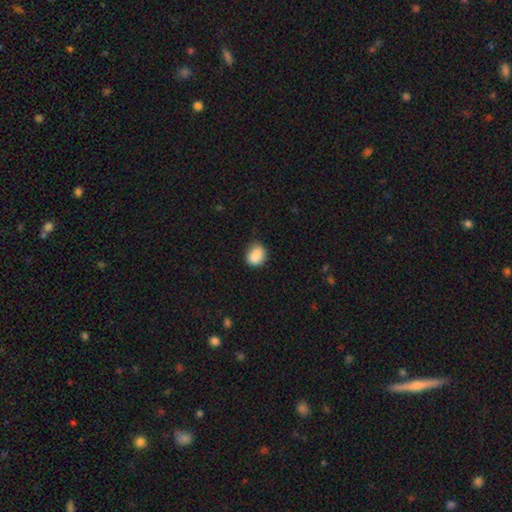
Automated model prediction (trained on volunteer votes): Smooth or featured?
  - smooth: 88% *
  - star or artifact: 8%
  - featured or disk: 4%
How rounded?
  - round: 52% *
  - in between: 47%
  - cigar-shaped: 1%
Merging?
  - none: 70% *
  - minor disturbance: 24%
  - major disturbance: 4%
  - merger: 2%